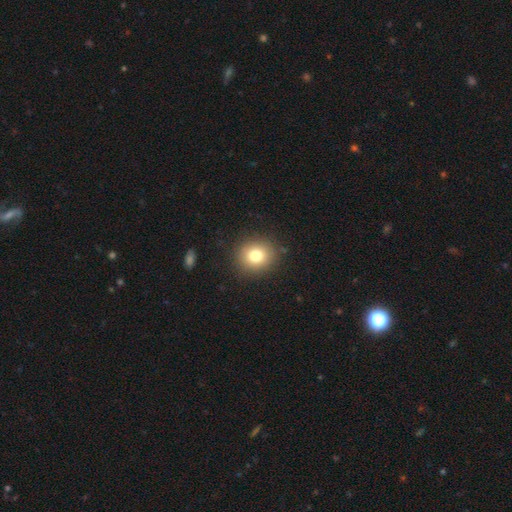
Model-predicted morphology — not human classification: A smooth galaxy with no disk features (78%) that is round (82%). Merging: none (89%).